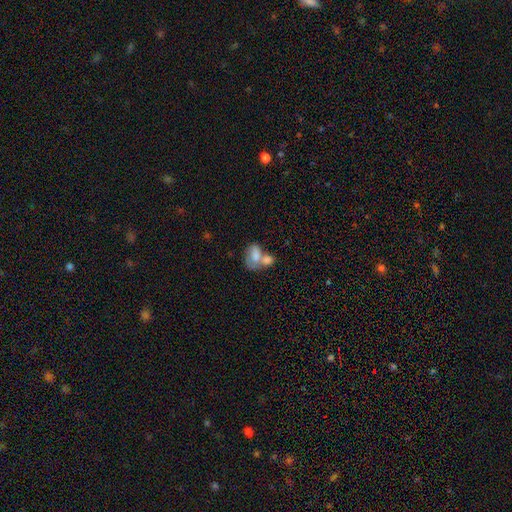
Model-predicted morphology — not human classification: Smooth or featured? smooth (69%)
How rounded? in between (82%)
Merging? merger (66%)